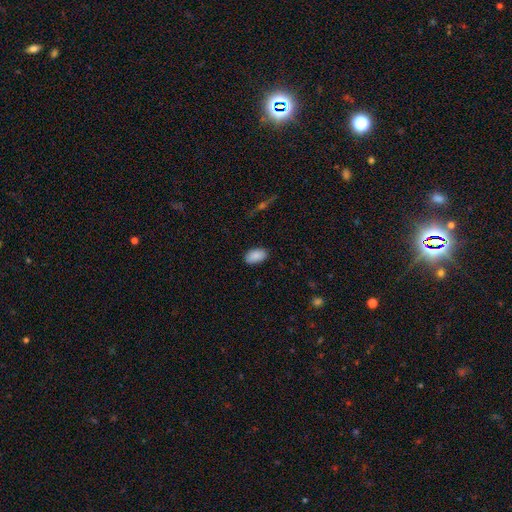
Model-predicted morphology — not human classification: smooth_or_featured: smooth (p=0.87) [alt: star or artifact p=0.07]
how_rounded: in between (p=0.94) [alt: round p=0.04]
merging: none (p=0.86) [alt: minor disturbance p=0.11]